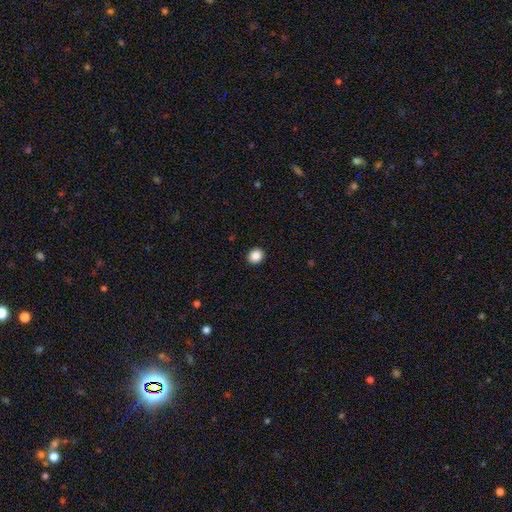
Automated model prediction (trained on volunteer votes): Smooth or featured? smooth (87%)
How rounded? round (78%)
Merging? none (93%)